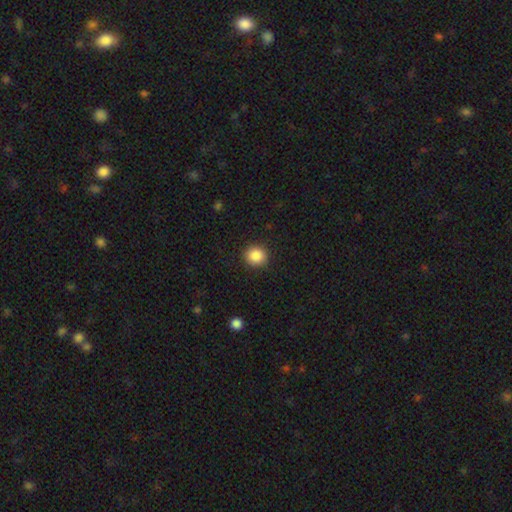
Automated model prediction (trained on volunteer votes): This is clearly a smooth galaxy (87%). How rounded: clearly round (87%). Merging: clearly none (90%).